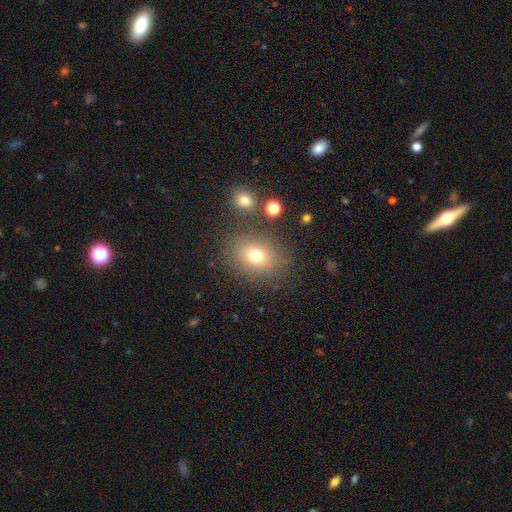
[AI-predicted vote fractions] This appears to be a smooth galaxy with no disk features (71%) that is round (53%). Merging: none (77%).